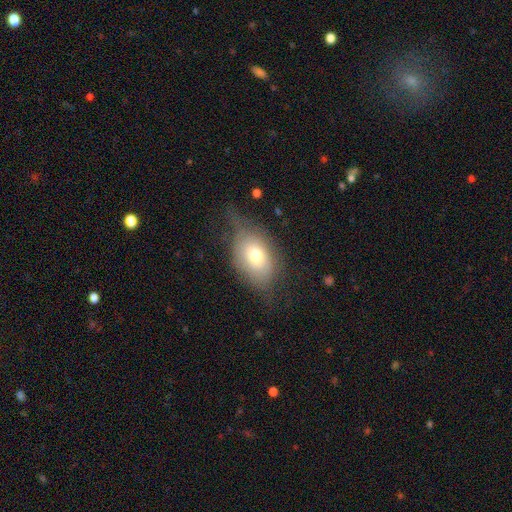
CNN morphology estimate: smooth_or_featured: smooth (p=0.66) [alt: featured or disk p=0.24]
how_rounded: in between (p=0.80) [alt: round p=0.18]
merging: none (p=0.45) [alt: minor disturbance p=0.32]